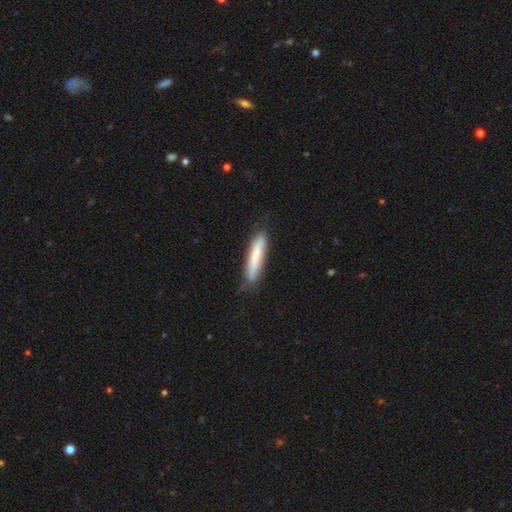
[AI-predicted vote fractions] Smooth or featured?
  - smooth: 76% *
  - featured or disk: 18%
  - star or artifact: 6%
How rounded?
  - cigar-shaped: 90% *
  - in between: 9%
  - round: 1%
Merging?
  - none: 78% *
  - minor disturbance: 17%
  - major disturbance: 3%
  - merger: 2%